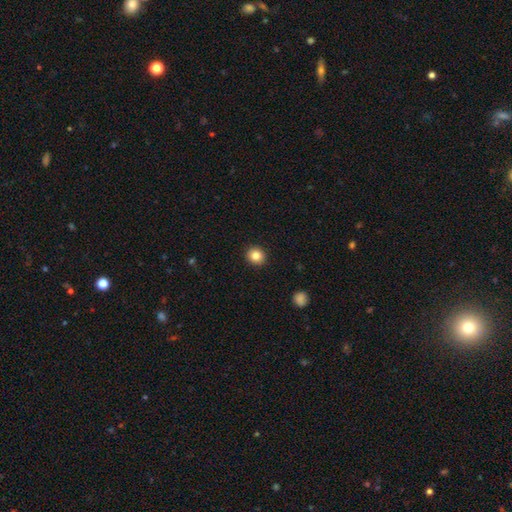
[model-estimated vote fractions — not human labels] The model was most divided on "smooth or featured": smooth: 83%, star or artifact: 10%, featured or disk: 7%. More confident: merging — none (93%); how rounded — round (87%).